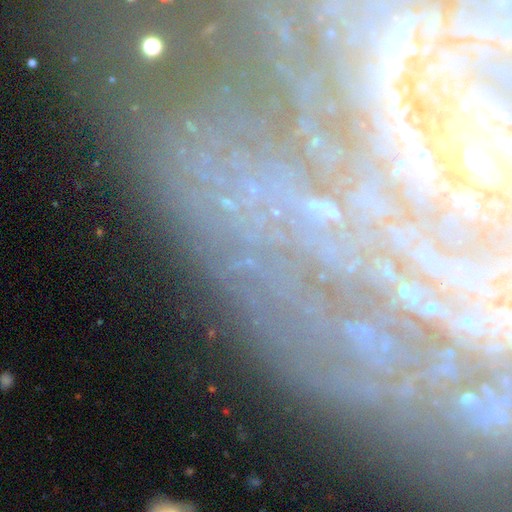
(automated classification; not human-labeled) featured or disk 59%, star or artifact 26%, smooth 15%. Down the decision tree: edge-on disk — no (85%); bar — no (57%); spiral arms — yes (74%); bulge size — small (54%); merging — none (68%).